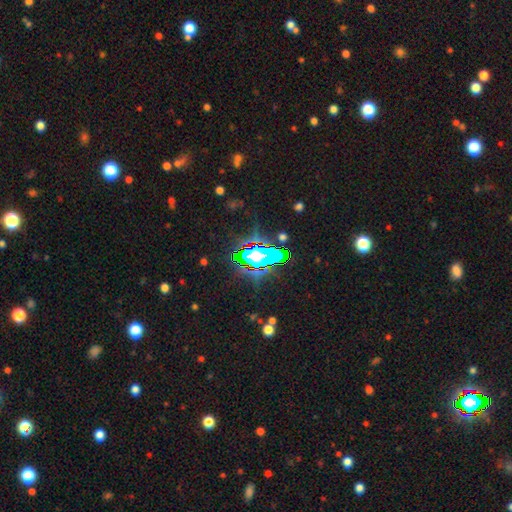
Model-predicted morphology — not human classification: type=star or artifact (63%).